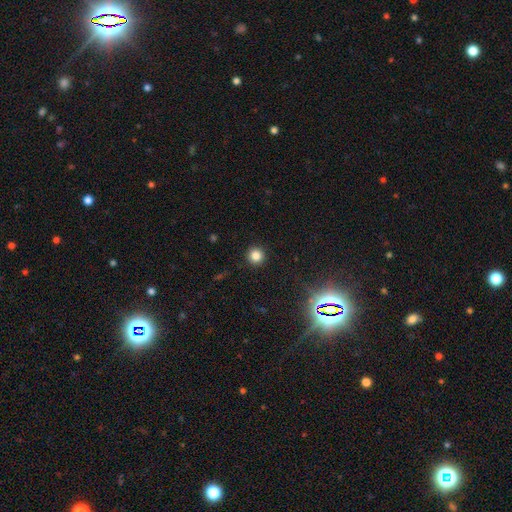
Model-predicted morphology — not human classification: A smooth galaxy with no disk features (81%) that is round (95%). Merging: none (92%).